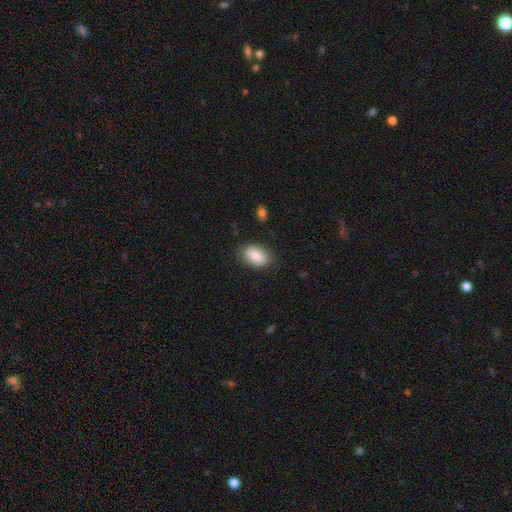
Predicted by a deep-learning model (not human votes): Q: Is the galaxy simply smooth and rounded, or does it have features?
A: smooth — 88%.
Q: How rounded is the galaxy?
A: in between — 91%.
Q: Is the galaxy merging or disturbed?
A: none — 83%.